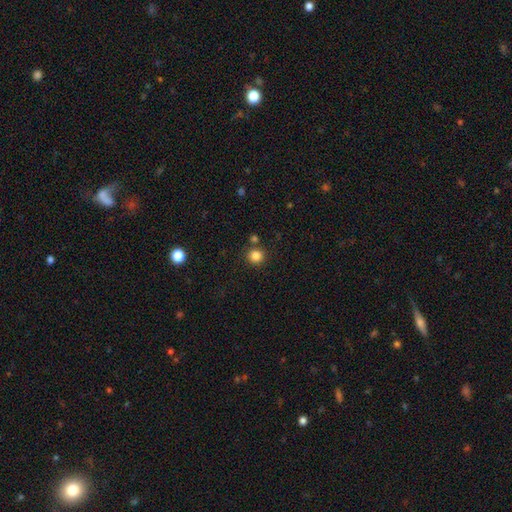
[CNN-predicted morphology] This is clearly a smooth galaxy (83%). How rounded: clearly round (93%). Merging: clearly none (82%).